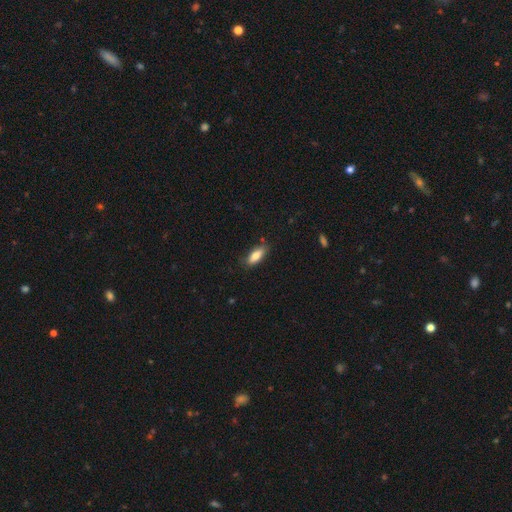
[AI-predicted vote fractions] smooth_or_featured: smooth (p=0.80) [alt: featured or disk p=0.13]
how_rounded: in between (p=0.72) [alt: cigar-shaped p=0.26]
merging: none (p=0.81) [alt: minor disturbance p=0.14]